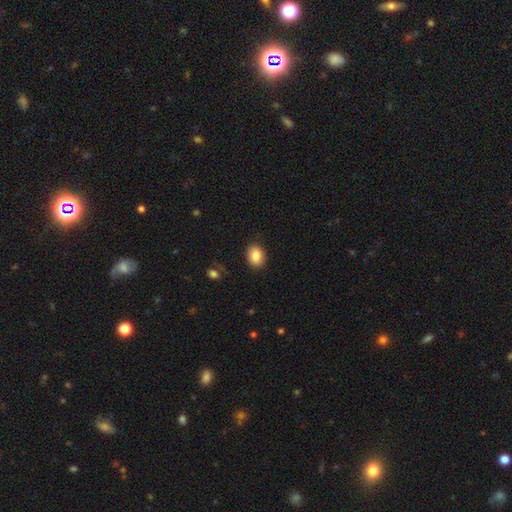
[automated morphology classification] This appears to be a smooth galaxy with no disk features (86%) that is in between round and cigar-shaped (67%). Merging: none (87%).